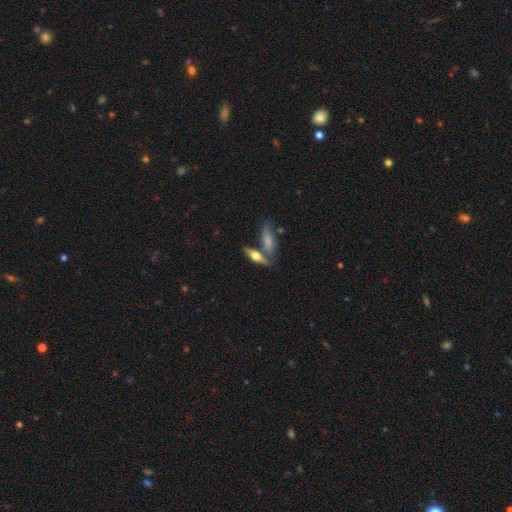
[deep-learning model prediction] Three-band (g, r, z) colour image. It shows a smooth galaxy with no disk features (51%) that is in between round and cigar-shaped (50%). Merging: none (56%).